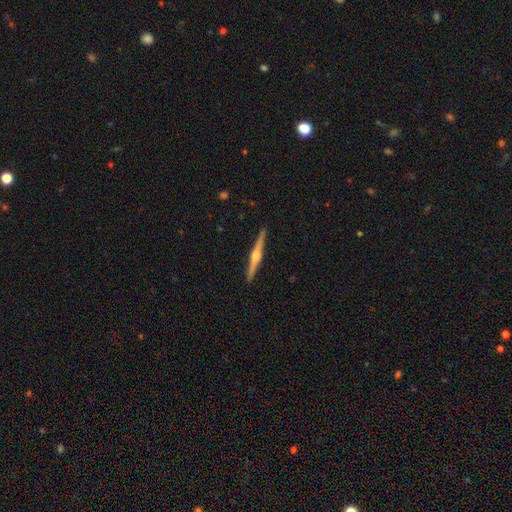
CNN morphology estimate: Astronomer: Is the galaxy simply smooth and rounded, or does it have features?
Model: featured or disk — 79%.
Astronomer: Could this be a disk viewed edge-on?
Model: yes — 99%.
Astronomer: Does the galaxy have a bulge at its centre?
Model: rounded — 91%.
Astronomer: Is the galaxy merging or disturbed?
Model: none — 92%.